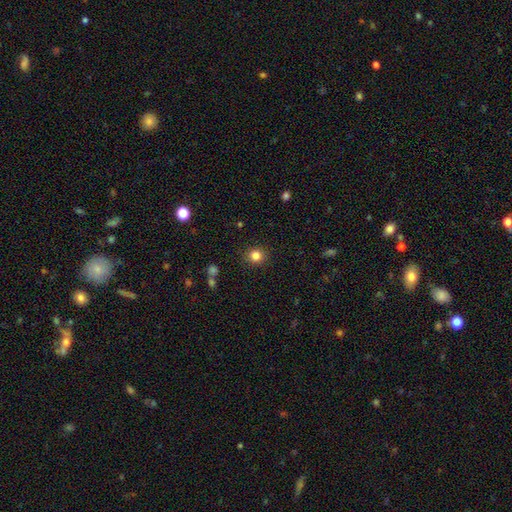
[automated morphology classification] Smooth or featured? Predicted: smooth (p=0.83). How rounded? Predicted: round (p=0.86). Merging? Predicted: none (p=0.89).